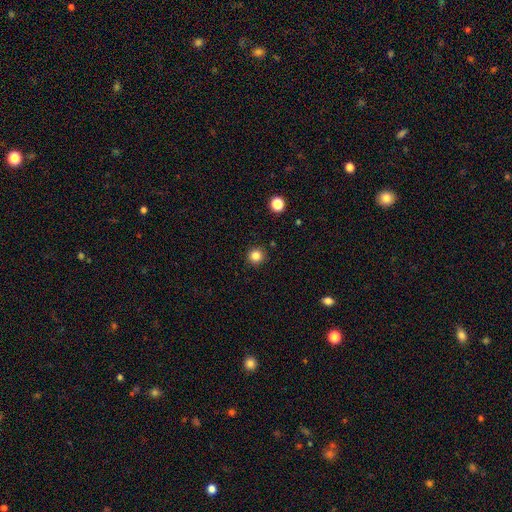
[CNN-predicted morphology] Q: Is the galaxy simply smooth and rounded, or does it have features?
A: smooth — 83%.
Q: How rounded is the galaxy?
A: round — 94%.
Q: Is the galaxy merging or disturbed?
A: none — 90%.